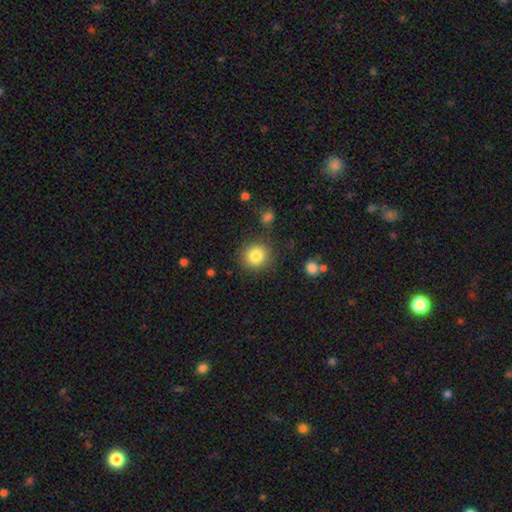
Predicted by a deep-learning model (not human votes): smooth-or-featured: smooth: 83% | star or artifact: 10% | featured or disk: 7%
  how-rounded: round: 89% | in between: 10% | cigar-shaped: 1%
  merging: none: 85% | minor disturbance: 9% | major disturbance: 3% | merger: 3%